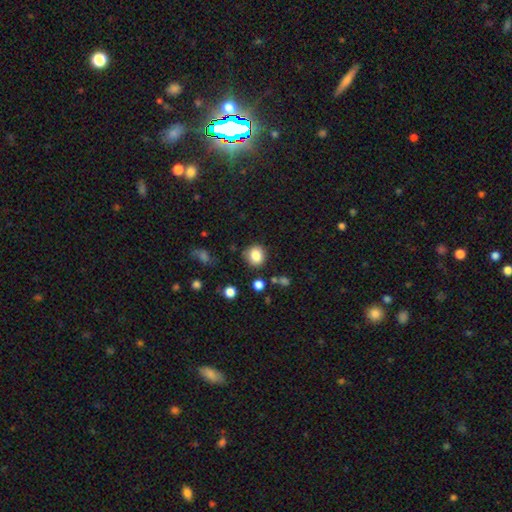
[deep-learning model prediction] Smooth or featured?
  - smooth: 84% *
  - star or artifact: 10%
  - featured or disk: 6%
How rounded?
  - round: 81% *
  - in between: 18%
  - cigar-shaped: 1%
Merging?
  - none: 82% *
  - minor disturbance: 11%
  - merger: 4%
  - major disturbance: 3%